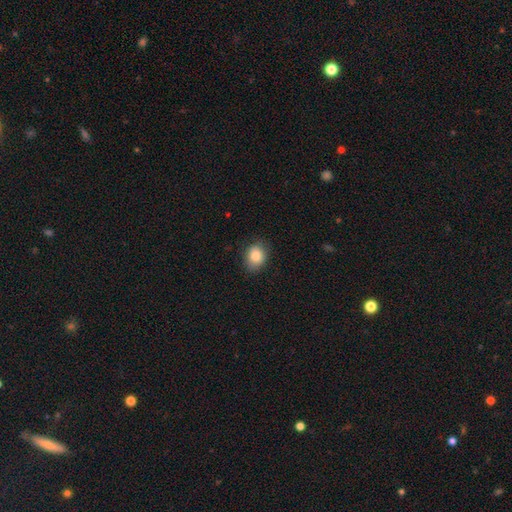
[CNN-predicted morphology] Smooth or featured? smooth (84%)
How rounded? in between (58%)
Merging? none (80%)